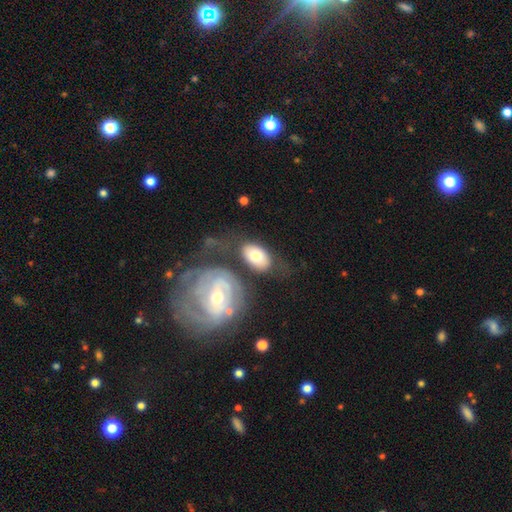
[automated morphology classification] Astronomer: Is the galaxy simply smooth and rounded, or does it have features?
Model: smooth — 63%.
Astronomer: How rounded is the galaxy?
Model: in between — 89%.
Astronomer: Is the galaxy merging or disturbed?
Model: none — 53%.